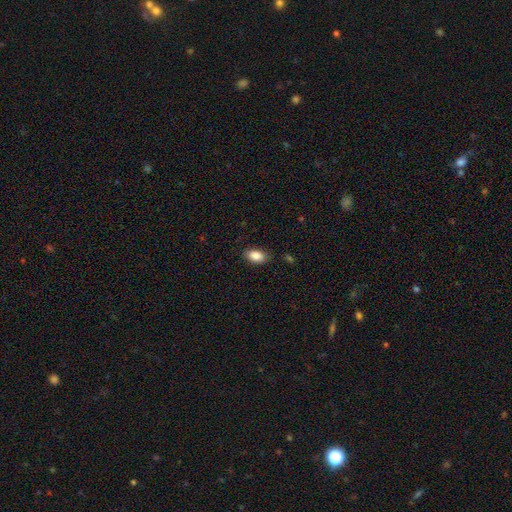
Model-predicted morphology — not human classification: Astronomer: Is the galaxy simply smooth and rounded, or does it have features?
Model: smooth — 87%.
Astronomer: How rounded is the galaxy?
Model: in between — 92%.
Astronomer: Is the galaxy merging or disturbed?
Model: none — 86%.